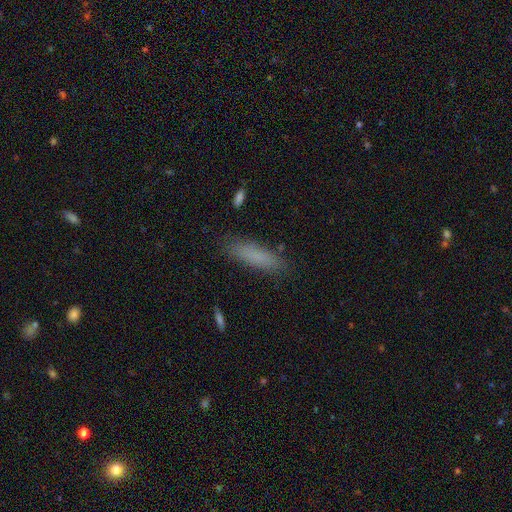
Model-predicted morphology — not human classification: Smooth or featured: smooth — 82% (featured or disk — 10%)
How rounded: cigar-shaped — 71% (in between — 27%)
Merging: none — 85% (minor disturbance — 11%)